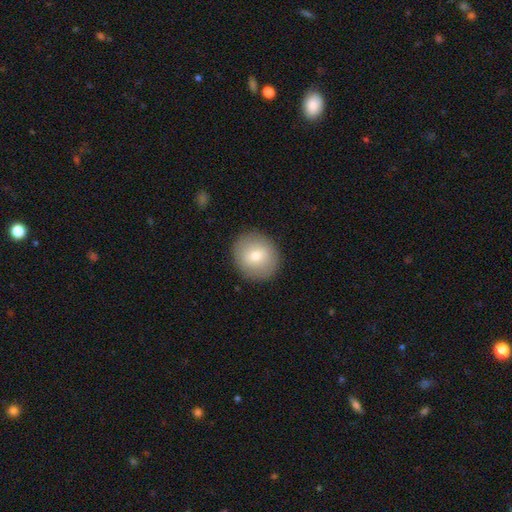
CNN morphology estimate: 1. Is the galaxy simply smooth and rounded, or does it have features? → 74% smooth, 18% featured or disk, 8% star or artifact.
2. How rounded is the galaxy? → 86% round, 13% in between, 1% cigar-shaped.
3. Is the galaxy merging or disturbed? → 89% none, 7% minor disturbance, 2% major disturbance, 1% merger.